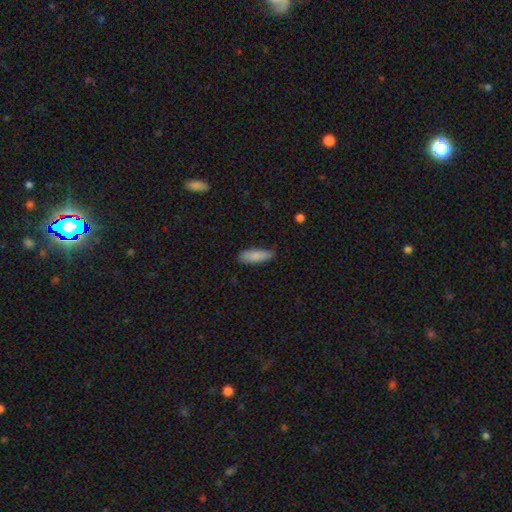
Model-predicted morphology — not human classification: A smooth galaxy with no disk features (85%) that is in between round and cigar-shaped (57%).

Vote fractions:
- Smooth or featured? smooth: 85% / featured or disk: 9% / star or artifact: 6%
- How rounded? in between: 57% / cigar-shaped: 41% / round: 2%
- Merging? none: 75% / minor disturbance: 21% / major disturbance: 3% / merger: 1%